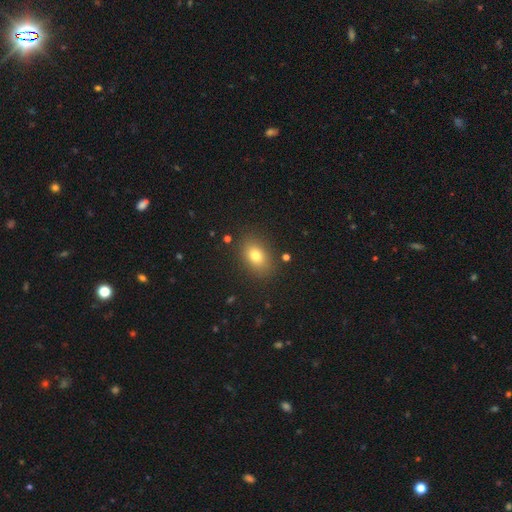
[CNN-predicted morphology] This appears to be a smooth galaxy with no disk features (78%) that is in between round and cigar-shaped (77%). Merging: none (85%).